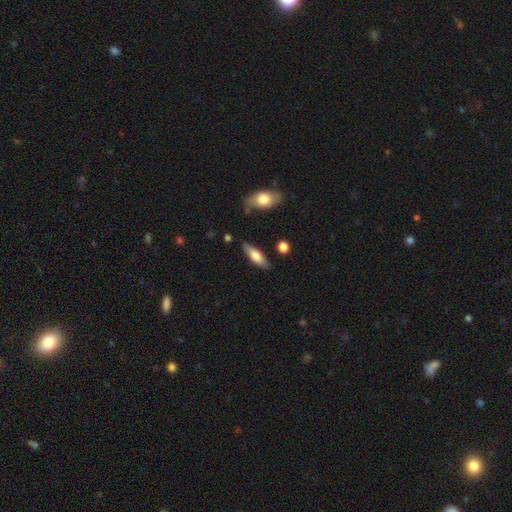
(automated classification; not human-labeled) Smooth or featured? Predicted: smooth (p=0.64). How rounded? Predicted: in between (p=0.52). Merging? Predicted: none (p=0.80).